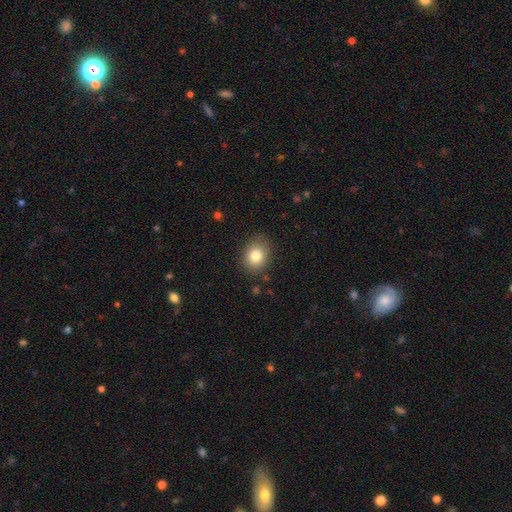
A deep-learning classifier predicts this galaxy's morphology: The model was most divided on "how rounded": round: 60%, in between: 40%, cigar-shaped: 1%. More confident: merging — none (84%); smooth or featured — smooth (81%).